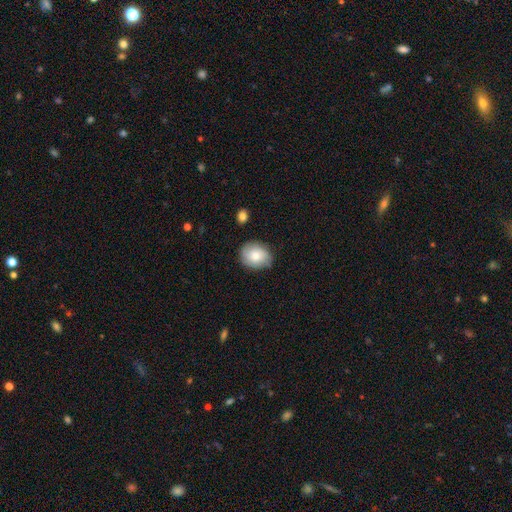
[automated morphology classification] type=smooth (63%); roundness=round (55%); merging=none (77%).